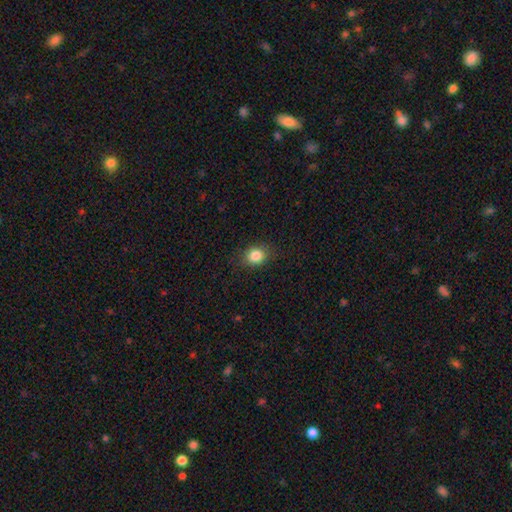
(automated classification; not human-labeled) This is clearly a smooth galaxy (84%). How rounded: possibly round (58%). Merging: clearly none (85%).